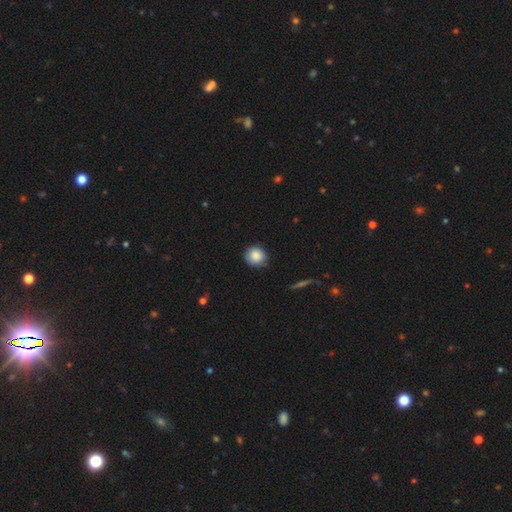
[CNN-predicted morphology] smooth 85%, star or artifact 8%, featured or disk 7%. Down the decision tree: how rounded — round (89%); merging — none (82%).